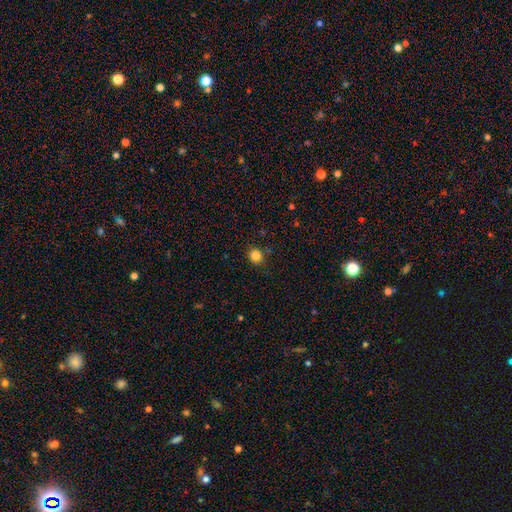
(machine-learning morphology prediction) type=smooth (84%); roundness=round (85%); merging=none (85%).